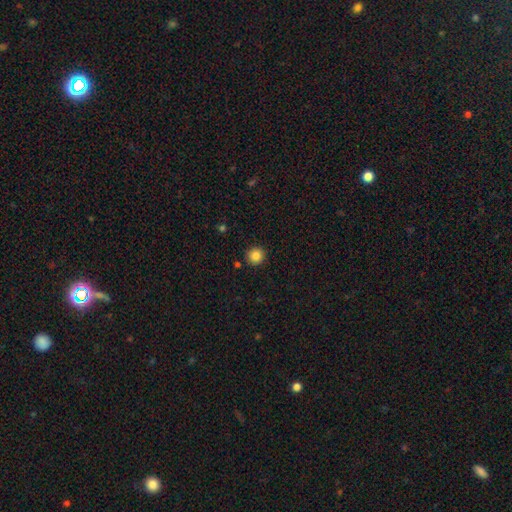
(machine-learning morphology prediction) A smooth galaxy with no disk features (84%) that is round (94%). Merging: none (91%).